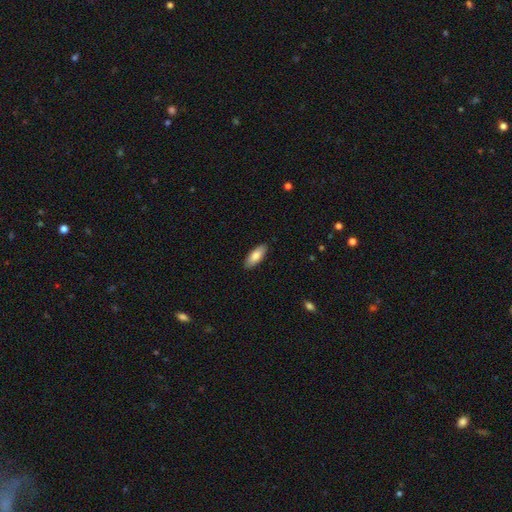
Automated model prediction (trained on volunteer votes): A smooth galaxy with no disk features (82%) that is in between round and cigar-shaped (77%).

Vote fractions:
- Smooth or featured? smooth: 82% / featured or disk: 12% / star or artifact: 6%
- How rounded? in between: 77% / cigar-shaped: 21% / round: 2%
- Merging? none: 89% / minor disturbance: 8% / major disturbance: 2% / merger: 1%